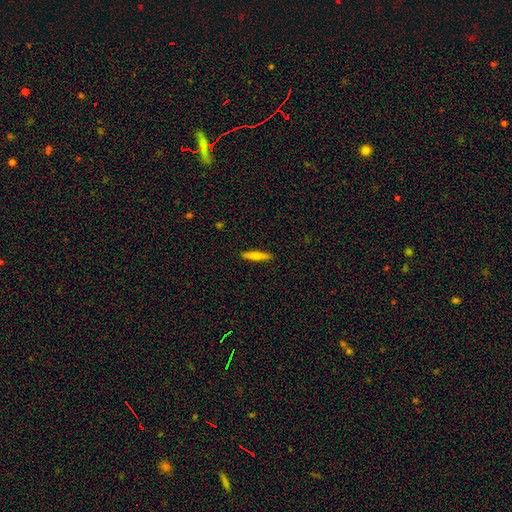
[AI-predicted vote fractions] Smooth or featured? Predicted: smooth (p=0.70). How rounded? Predicted: cigar-shaped (p=0.90). Merging? Predicted: none (p=0.90).